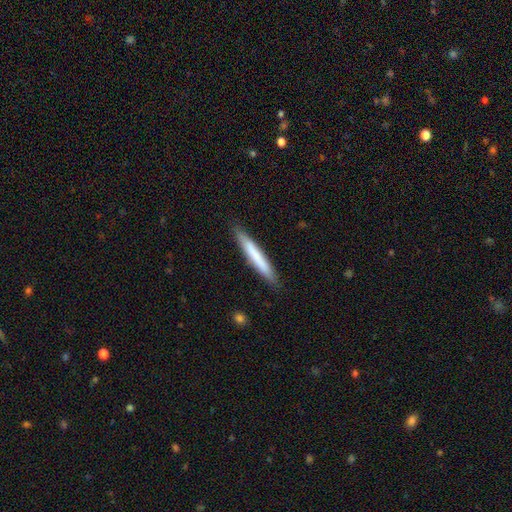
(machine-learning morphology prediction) This is likely a smooth galaxy (71%). How rounded: clearly cigar-shaped (96%). Merging: clearly none (89%).